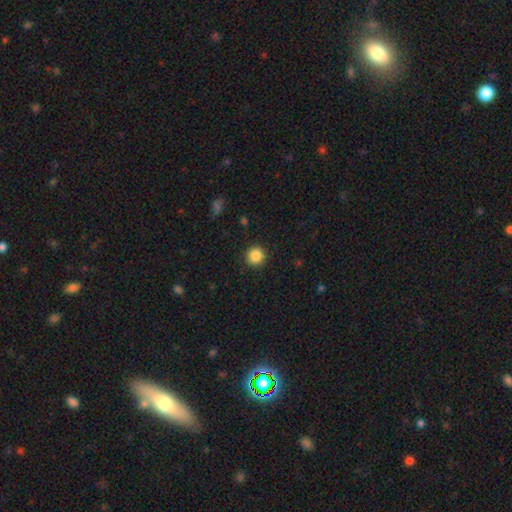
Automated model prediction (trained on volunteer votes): Overall: smooth (86%). How rounded: round (94%). Merging: none (92%).